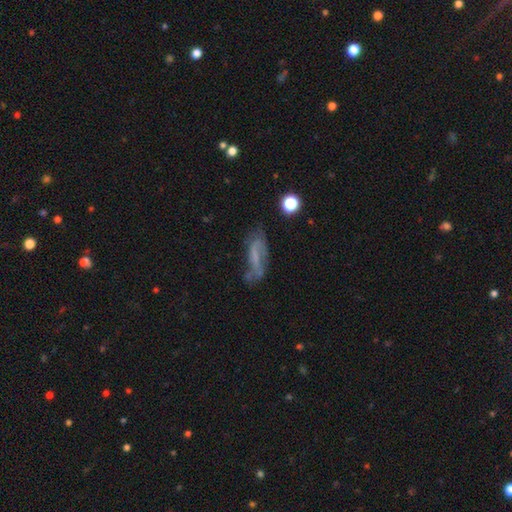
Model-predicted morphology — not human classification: This appears to be a featured or disk galaxy (57%). Merging: none (53%).